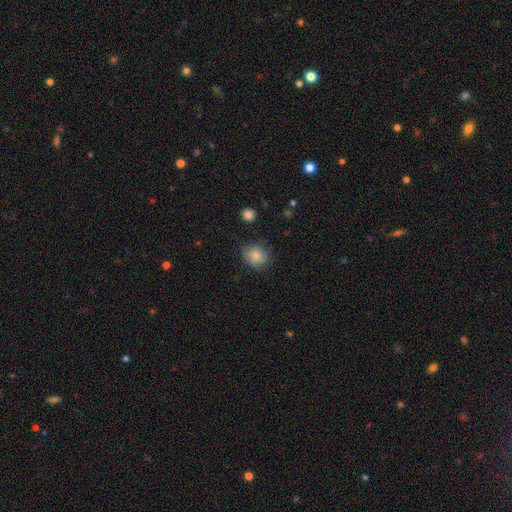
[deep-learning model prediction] Smooth or featured? smooth (83%)
How rounded? round (72%)
Merging? none (74%)